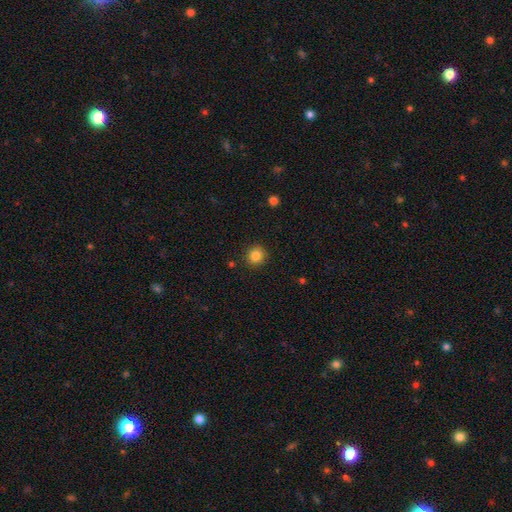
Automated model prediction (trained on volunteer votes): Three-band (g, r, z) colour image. It shows a smooth galaxy with no disk features (85%) that is round (91%). Merging: none (89%).